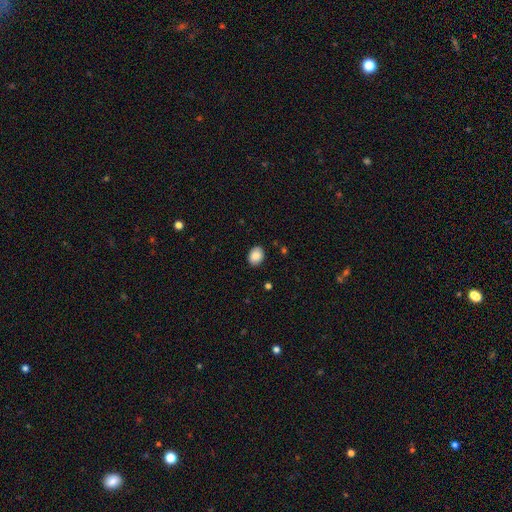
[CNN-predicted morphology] smooth 88%, star or artifact 8%, featured or disk 5%. Down the decision tree: how rounded — in between (62%); merging — none (88%).